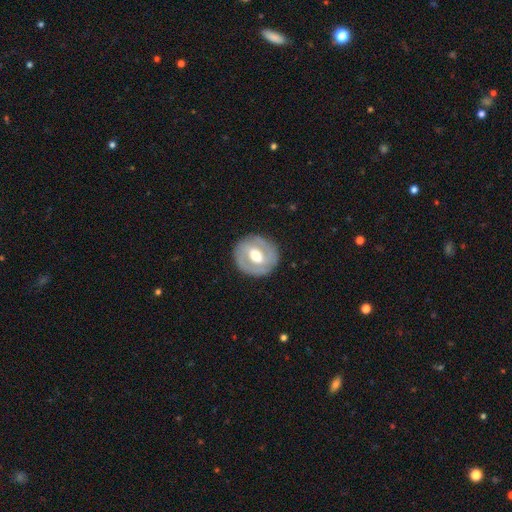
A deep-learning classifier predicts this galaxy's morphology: A featured or disk galaxy (65%) with a weak bar (44%), spiral arms (52%) and a moderate central bulge (63%).

Vote fractions:
- Smooth or featured? featured or disk: 65% / smooth: 30% / star or artifact: 5%
- Edge-on disk? no: 96% / yes: 4%
- Bar? weak: 44% / no: 31% / strong: 25%
- Spiral arms? yes: 52% / no: 48%
- Bulge size? moderate: 63% / large: 27% / small: 7% / dominant: 2% / none: 1%
- Merging? none: 85% / minor disturbance: 10% / major disturbance: 4% / merger: 1%